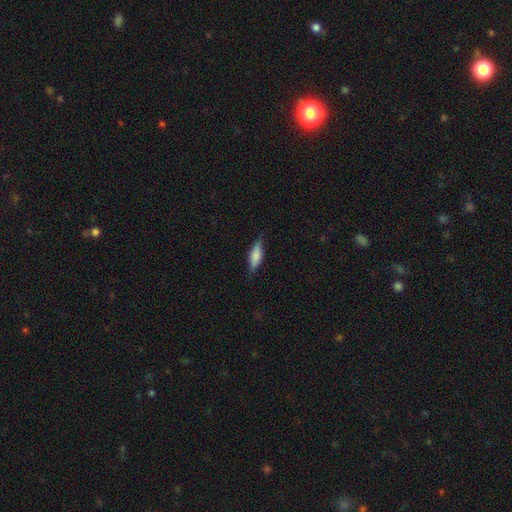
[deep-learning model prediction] Overall: smooth (76%). How rounded: in between (57%; cigar-shaped 41%). Merging: none (77%).